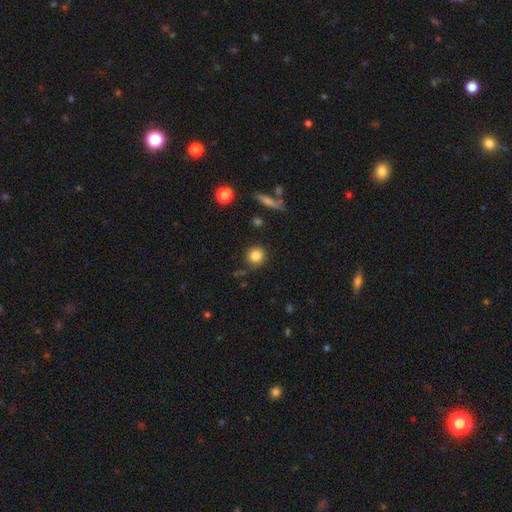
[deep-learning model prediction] Overall: smooth (84%). How rounded: round (91%). Merging: none (87%).